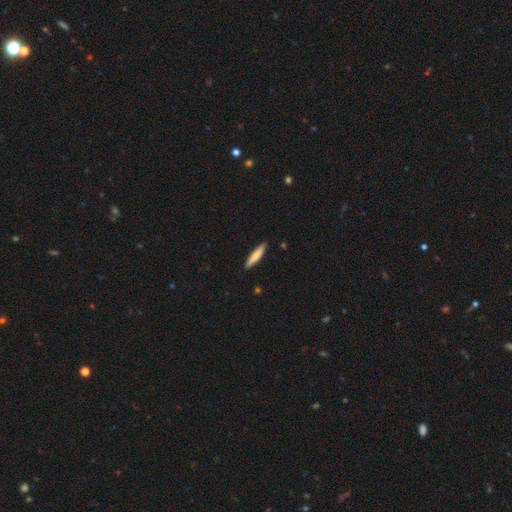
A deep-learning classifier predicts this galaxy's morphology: smooth-or-featured: smooth: 77% | featured or disk: 18% | star or artifact: 5%
  how-rounded: cigar-shaped: 90% | in between: 9% | round: 1%
  merging: none: 89% | minor disturbance: 8% | major disturbance: 1% | merger: 1%